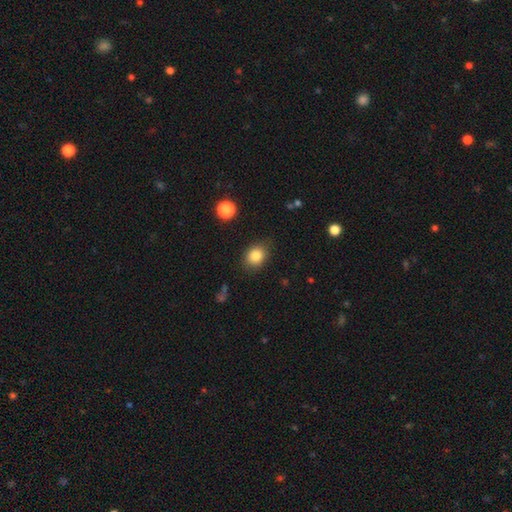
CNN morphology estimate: smooth_or_featured: smooth (p=0.83) [alt: star or artifact p=0.10]
how_rounded: round (p=0.53) [alt: in between p=0.46]
merging: none (p=0.82) [alt: minor disturbance p=0.13]